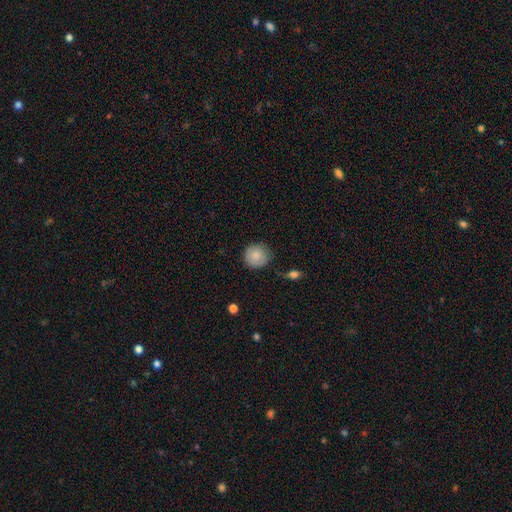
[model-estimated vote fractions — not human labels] The model was most divided on "merging": none: 82%, minor disturbance: 14%, major disturbance: 3%, merger: 2%. More confident: how rounded — round (93%); smooth or featured — smooth (85%).